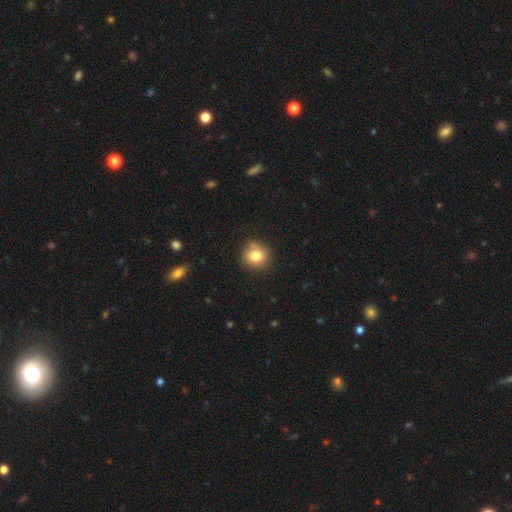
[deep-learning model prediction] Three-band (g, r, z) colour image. It shows a smooth galaxy with no disk features (81%) that is round (88%). Merging: none (75%).